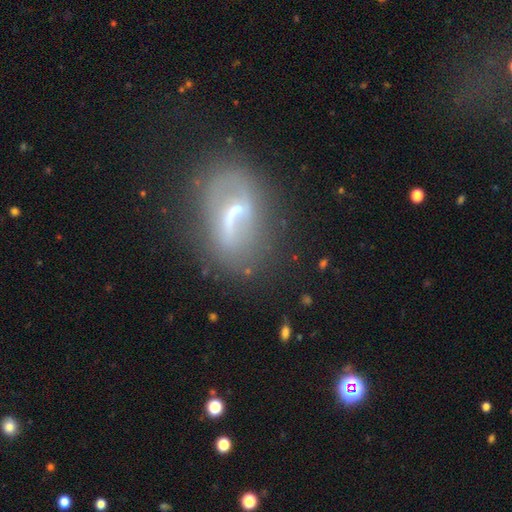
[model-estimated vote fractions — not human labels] This appears to be a featured or disk galaxy (65%) with a weak bar (41%), spiral arms (60%) and a small central bulge (51%). Merging: none (61%).